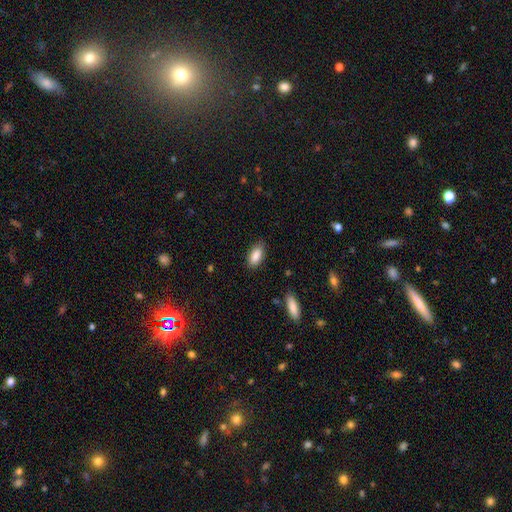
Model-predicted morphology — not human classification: Overall: smooth (87%). How rounded: in between (89%). Merging: none (83%).